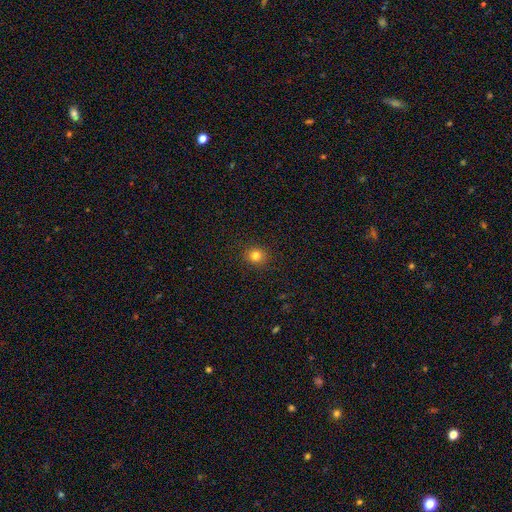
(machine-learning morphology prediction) Smooth or featured: smooth — 81% (star or artifact — 13%)
How rounded: round — 87% (in between — 12%)
Merging: none — 91% (minor disturbance — 6%)